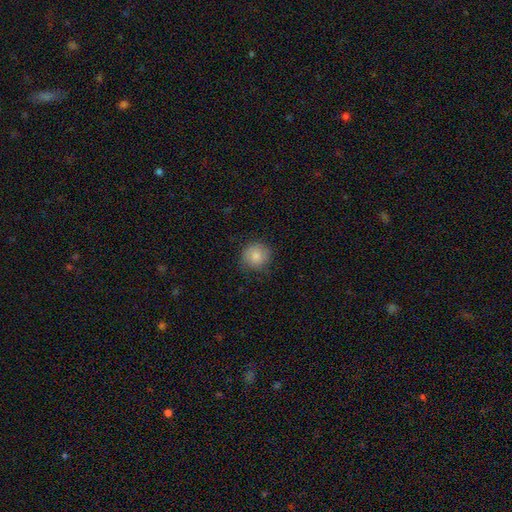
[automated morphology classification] Smooth or featured?
  - smooth: 81% *
  - featured or disk: 11%
  - star or artifact: 8%
How rounded?
  - round: 89% *
  - in between: 10%
  - cigar-shaped: 1%
Merging?
  - none: 79% *
  - minor disturbance: 16%
  - major disturbance: 4%
  - merger: 1%